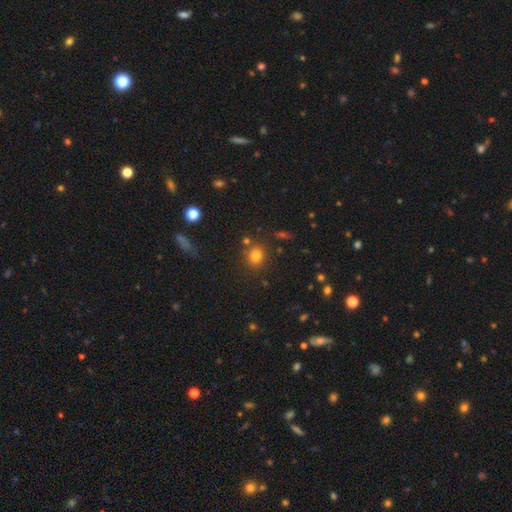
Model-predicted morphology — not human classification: Smooth or featured? Predicted: smooth (p=0.79). How rounded? Predicted: round (p=0.78). Merging? Predicted: none (p=0.81).